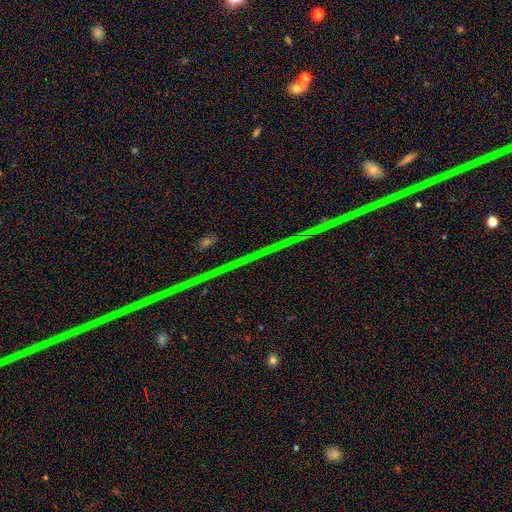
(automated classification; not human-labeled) A star or artifact, not a galaxy (86%).